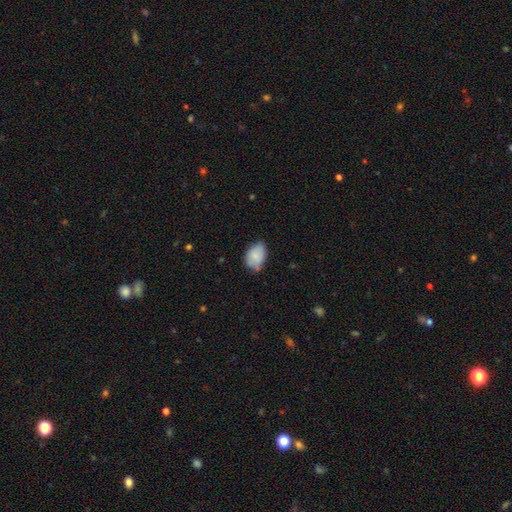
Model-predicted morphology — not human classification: The model was most divided on "merging": none: 55%, minor disturbance: 37%, major disturbance: 6%, merger: 2%. More confident: how rounded — in between (84%); smooth or featured — smooth (81%).